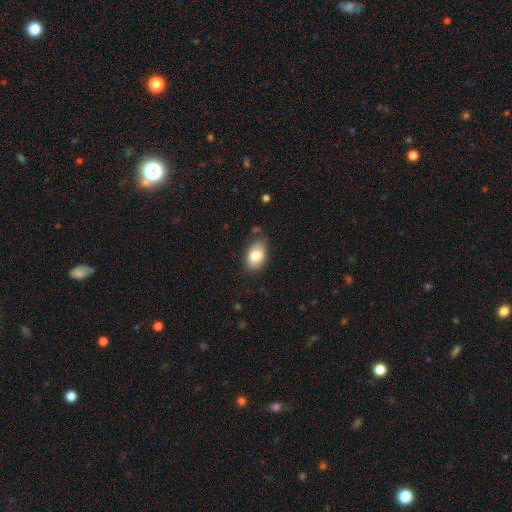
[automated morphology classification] A smooth galaxy with no disk features (81%) that is in between round and cigar-shaped (88%).

Vote fractions:
- Smooth or featured? smooth: 81% / featured or disk: 12% / star or artifact: 7%
- How rounded? in between: 88% / round: 11% / cigar-shaped: 1%
- Merging? none: 74% / minor disturbance: 20% / major disturbance: 4% / merger: 2%